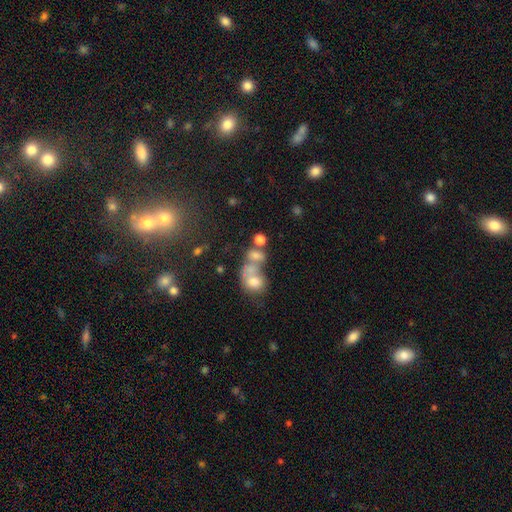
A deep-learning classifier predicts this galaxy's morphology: A smooth galaxy with no disk features (63%) that is in between round and cigar-shaped (58%).

Vote fractions:
- Smooth or featured? smooth: 63% / featured or disk: 21% / star or artifact: 16%
- How rounded? in between: 58% / round: 40% / cigar-shaped: 2%
- Merging? merger: 58% / none: 23% / major disturbance: 10% / minor disturbance: 9%